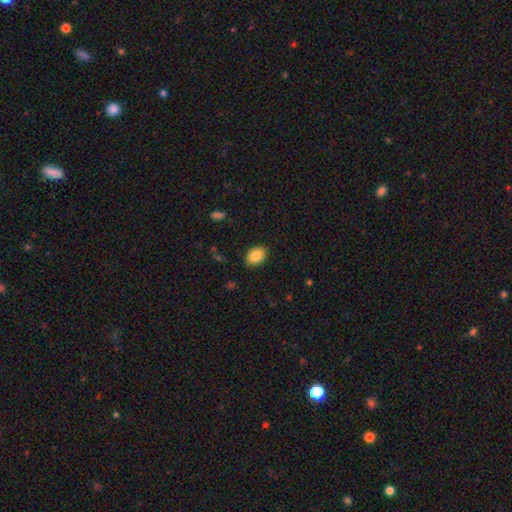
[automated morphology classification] This is clearly a smooth galaxy (85%). How rounded: likely in between (73%). Merging: clearly none (89%).